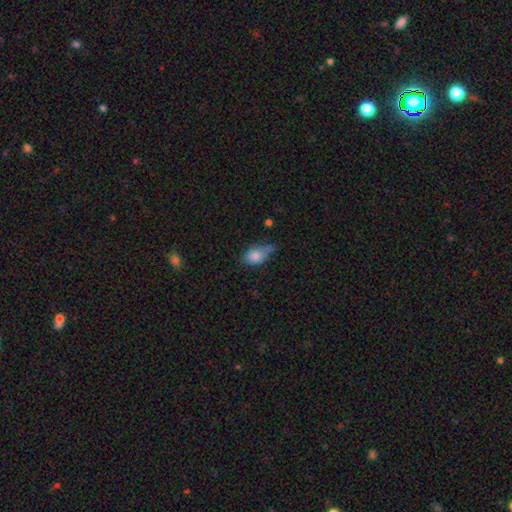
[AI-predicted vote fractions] A smooth galaxy with no disk features (79%) that is in between round and cigar-shaped (80%).

Vote fractions:
- Smooth or featured? smooth: 79% / featured or disk: 12% / star or artifact: 9%
- How rounded? in between: 80% / round: 17% / cigar-shaped: 3%
- Merging? minor disturbance: 41% / none: 33% / major disturbance: 17% / merger: 9%